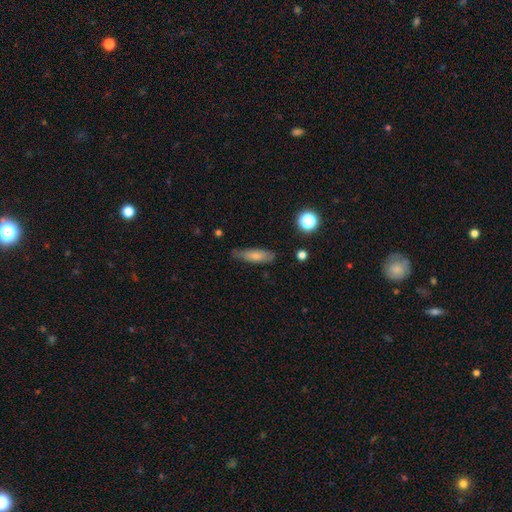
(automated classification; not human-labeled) This appears to be a smooth galaxy with no disk features (71%) that is in between round and cigar-shaped (51%). Merging: none (67%).